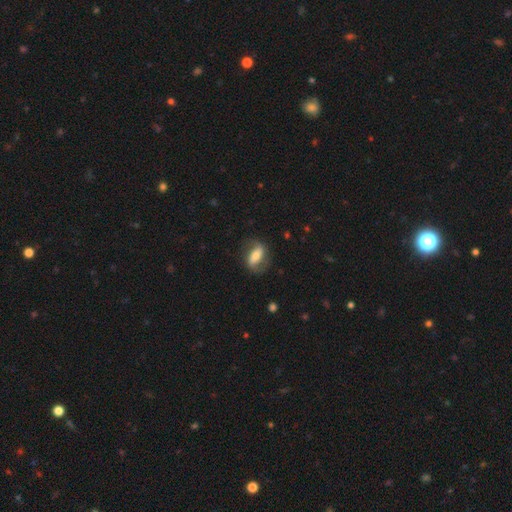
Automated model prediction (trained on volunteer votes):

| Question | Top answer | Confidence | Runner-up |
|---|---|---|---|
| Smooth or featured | featured or disk | 57% | smooth (37%) |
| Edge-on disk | no | 91% | yes (9%) |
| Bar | strong | 52% | weak (27%) |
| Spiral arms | yes | 80% | no (20%) |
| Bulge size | moderate | 44% | small (31%) |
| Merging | none | 70% | minor disturbance (18%) |